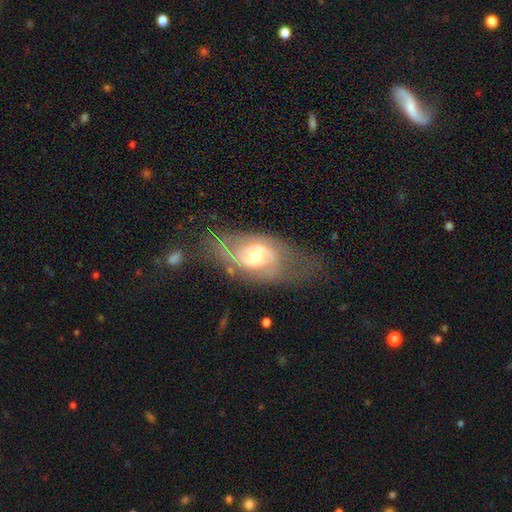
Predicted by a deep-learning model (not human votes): The model was most divided on "spiral winding": medium: 44%, tight: 30%, loose: 27%. Remaining: edge-on disk — no (94%); spiral arms — yes (87%); smooth or featured — featured or disk (74%); spiral arm count — 2 (64%); bulge size — moderate (62%); bar — no (58%); merging — none (50%).